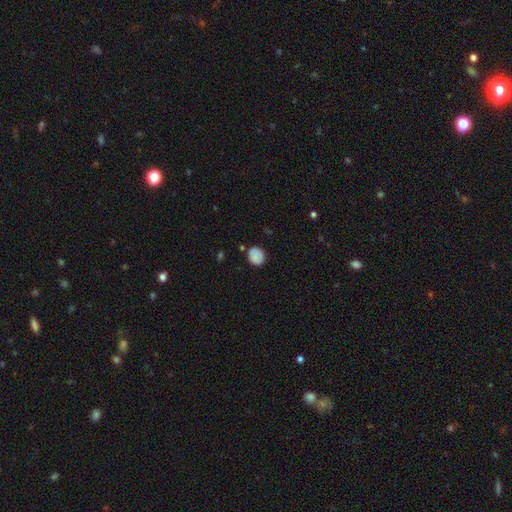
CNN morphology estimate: Q: Smooth or featured?
A: smooth (84%); runner-up: star or artifact (9%)
Q: How rounded?
A: round (72%); runner-up: in between (27%)
Q: Merging?
A: none (77%); runner-up: minor disturbance (16%)